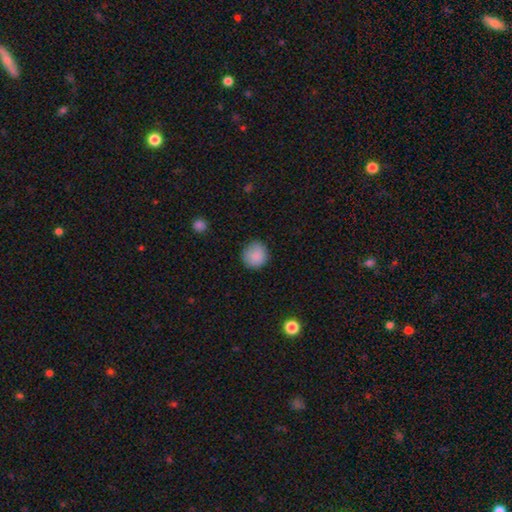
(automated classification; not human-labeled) Smooth or featured? Predicted: smooth (p=0.87). How rounded? Predicted: round (p=0.90). Merging? Predicted: none (p=0.82).